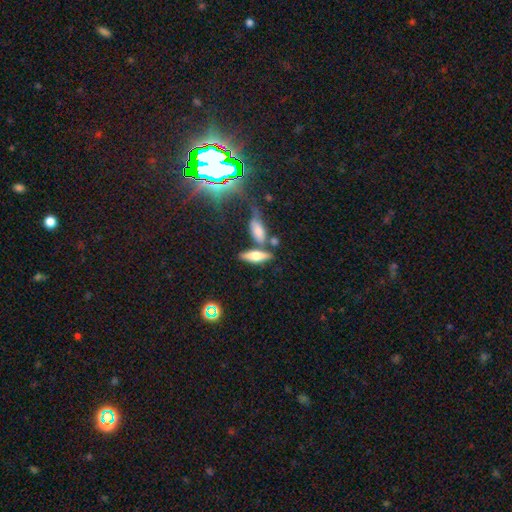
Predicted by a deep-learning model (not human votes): smooth 54%, featured or disk 36%, star or artifact 9%. Down the decision tree: how rounded — in between (52%); merging — none (60%).